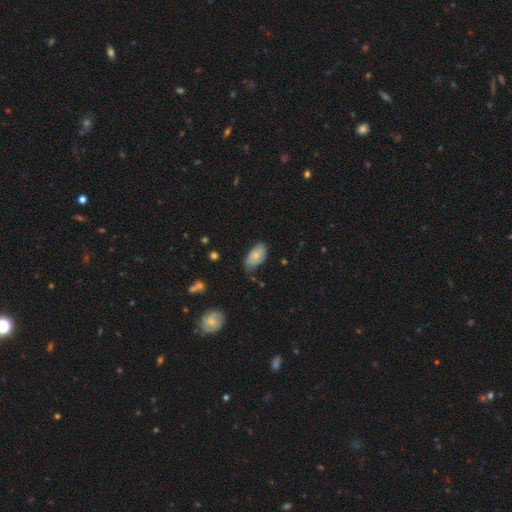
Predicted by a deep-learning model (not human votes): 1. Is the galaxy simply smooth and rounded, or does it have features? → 71% smooth, 22% featured or disk, 7% star or artifact.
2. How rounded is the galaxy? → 93% in between, 4% cigar-shaped, 3% round.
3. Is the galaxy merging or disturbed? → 60% none, 32% minor disturbance, 6% major disturbance, 2% merger.